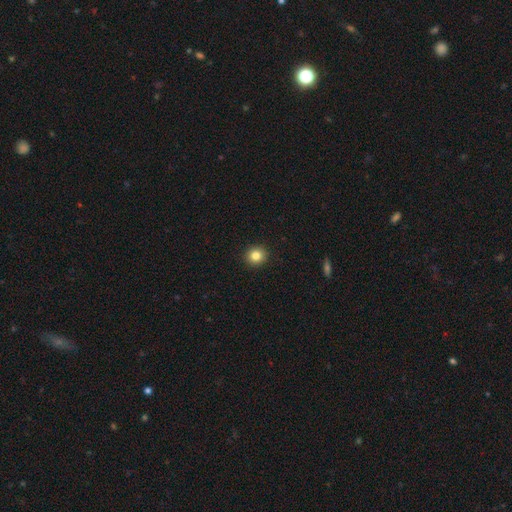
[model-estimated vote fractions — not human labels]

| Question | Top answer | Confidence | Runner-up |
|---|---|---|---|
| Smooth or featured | smooth | 83% | star or artifact (11%) |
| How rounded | round | 91% | in between (8%) |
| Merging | none | 93% | minor disturbance (5%) |